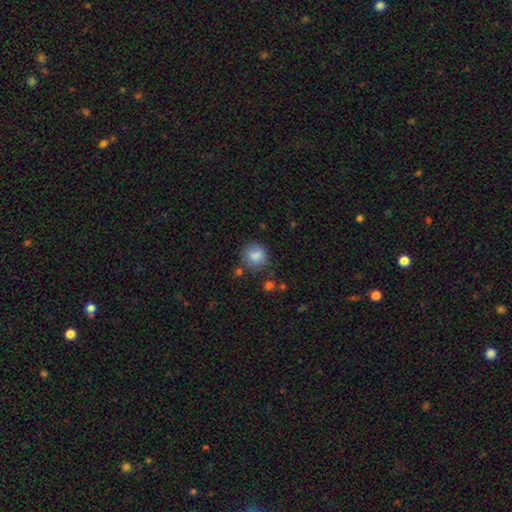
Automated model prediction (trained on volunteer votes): Overall: smooth (83%). How rounded: round (81%). Merging: none (73%).